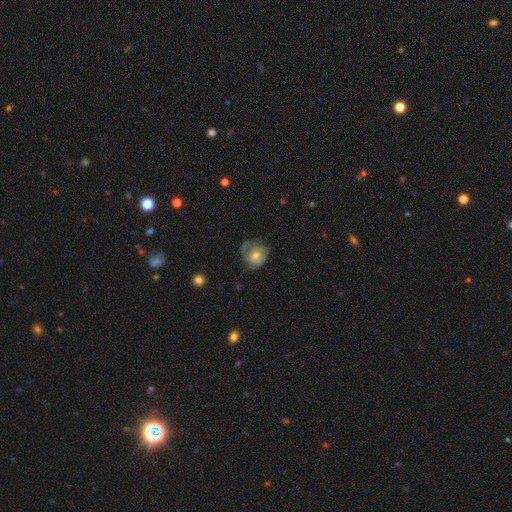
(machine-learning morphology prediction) Smooth or featured: featured or disk — 56% (smooth — 37%)
Edge-on disk: no — 97% (yes — 3%)
Bar: no — 68% (weak — 27%)
Spiral arms: yes — 69% (no — 31%)
Bulge size: moderate — 64% (small — 29%)
Merging: none — 55% (minor disturbance — 29%)